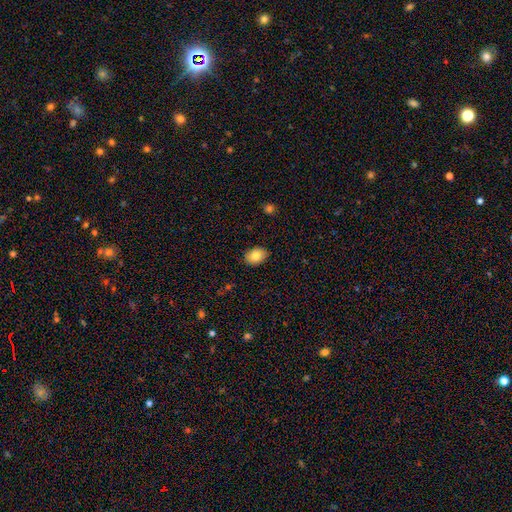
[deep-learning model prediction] Smooth or featured: smooth — 83% (featured or disk — 9%)
How rounded: in between — 76% (round — 23%)
Merging: none — 88% (minor disturbance — 9%)